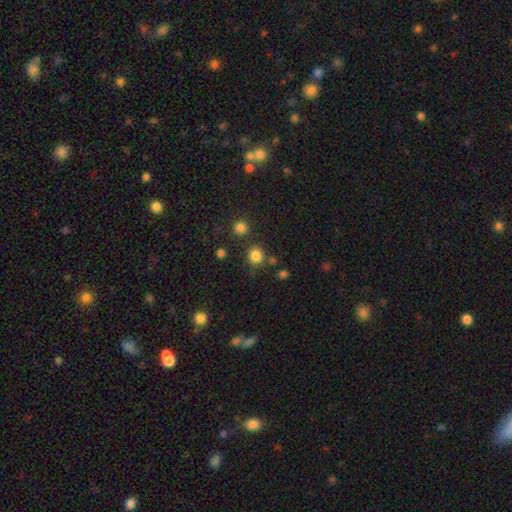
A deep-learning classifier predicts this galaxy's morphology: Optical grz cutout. It shows a smooth galaxy with no disk features (83%) that is round (86%). Merging: none (80%).